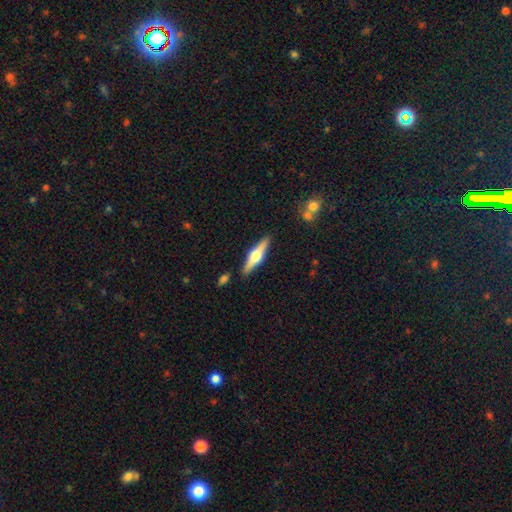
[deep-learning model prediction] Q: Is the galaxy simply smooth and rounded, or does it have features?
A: featured or disk — 68%.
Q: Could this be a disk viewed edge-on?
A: yes — 97%.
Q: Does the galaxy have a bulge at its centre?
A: rounded — 95%.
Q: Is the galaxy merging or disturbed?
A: none — 90%.